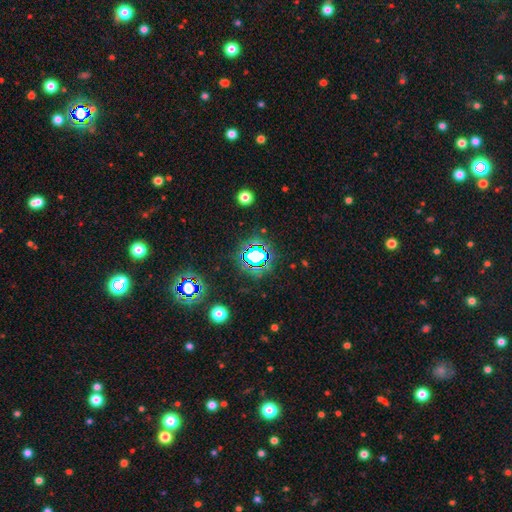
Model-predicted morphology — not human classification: Smooth or featured? Predicted: star or artifact (p=0.69).